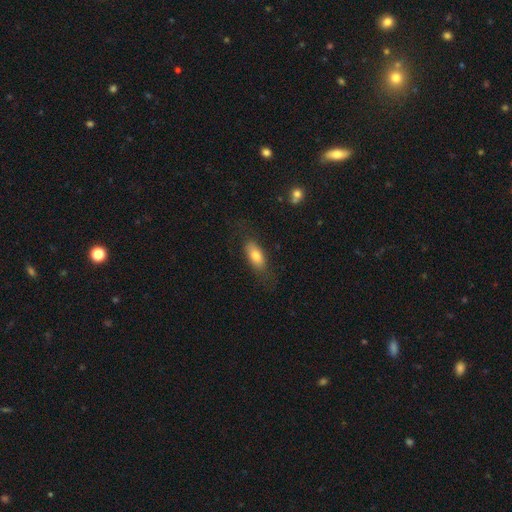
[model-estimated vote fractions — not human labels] A smooth galaxy with no disk features (74%) that is in between round and cigar-shaped (79%). Merging: none (72%).